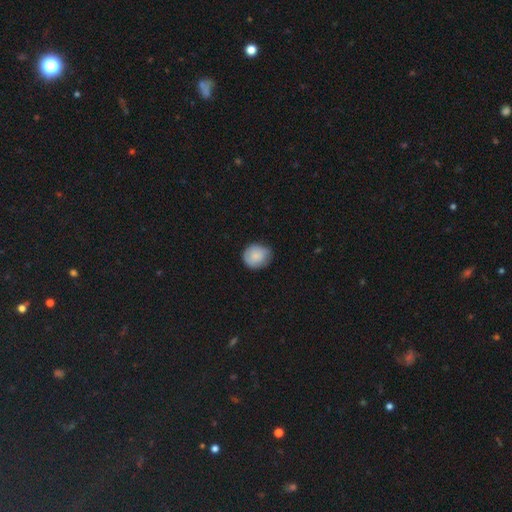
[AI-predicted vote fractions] smooth 83%, featured or disk 10%, star or artifact 7%. Down the decision tree: how rounded — round (75%); merging — none (69%).